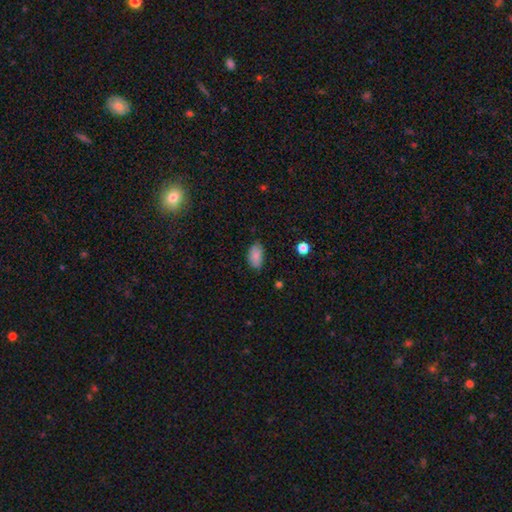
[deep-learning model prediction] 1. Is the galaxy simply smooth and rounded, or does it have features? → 85% smooth, 8% star or artifact, 7% featured or disk.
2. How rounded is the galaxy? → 93% in between, 5% round, 2% cigar-shaped.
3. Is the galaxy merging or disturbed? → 79% none, 17% minor disturbance, 3% major disturbance, 1% merger.